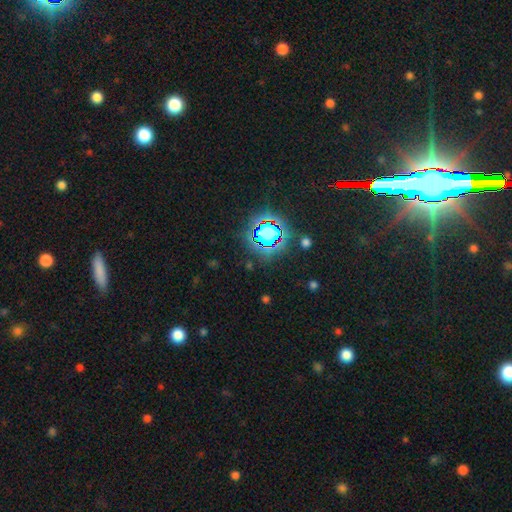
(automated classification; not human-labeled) Q: Smooth or featured?
A: star or artifact (78%); runner-up: smooth (12%)